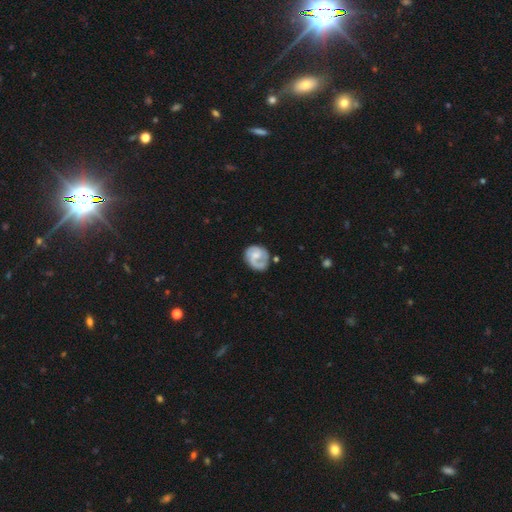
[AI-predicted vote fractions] A featured or disk galaxy (66%) with no bar (58%), 2 (51%) tight (43%) spiral arms (87%) and a small central bulge (38%, tied with moderate).

Vote fractions:
- Smooth or featured? featured or disk: 66% / smooth: 28% / star or artifact: 6%
- Edge-on disk? no: 98% / yes: 2%
- Bar? no: 58% / weak: 36% / strong: 6%
- Spiral arms? yes: 87% / no: 13%
- Spiral winding? tight: 43% / medium: 39% / loose: 18%
- Spiral arm count? 2: 51% / 1: 33% / can't tell: 11% / 3: 3% / 4: 1% / more than 4: 1%
- Bulge size? small: 38% (tied) / moderate: 38% (tied) / none: 17% / large: 6% / dominant: 1%
- Merging? none: 63% / minor disturbance: 23% / major disturbance: 11% / merger: 4%